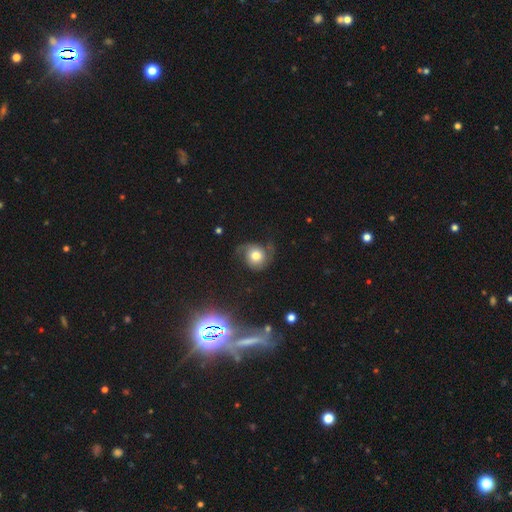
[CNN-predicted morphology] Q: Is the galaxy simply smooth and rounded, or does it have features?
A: featured or disk — 55%.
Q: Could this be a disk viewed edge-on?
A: no — 97%.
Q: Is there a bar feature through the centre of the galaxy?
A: no — 79%.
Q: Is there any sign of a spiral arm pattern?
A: yes — 89%.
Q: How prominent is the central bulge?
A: moderate — 56%.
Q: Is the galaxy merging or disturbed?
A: none — 53%.